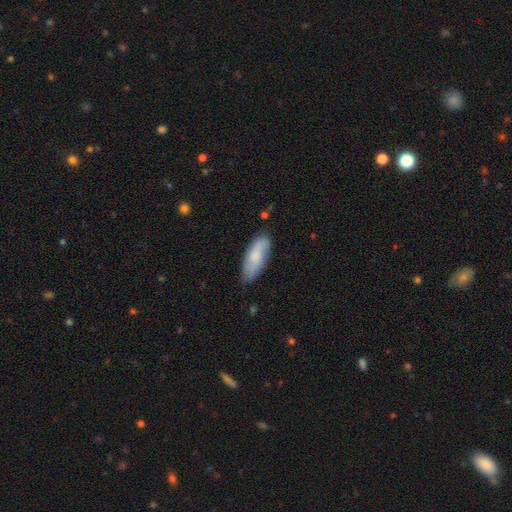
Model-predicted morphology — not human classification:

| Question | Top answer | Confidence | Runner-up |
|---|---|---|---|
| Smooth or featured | smooth | 73% | featured or disk (21%) |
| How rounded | in between | 71% | cigar-shaped (27%) |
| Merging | none | 79% | minor disturbance (17%) |